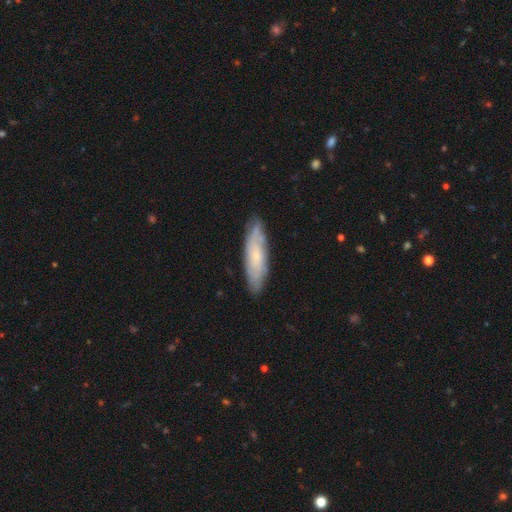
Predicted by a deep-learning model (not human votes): Overall: featured or disk (51%; smooth 43%). Edge-on disk: no (68%; yes 32%). Merging: none (82%).